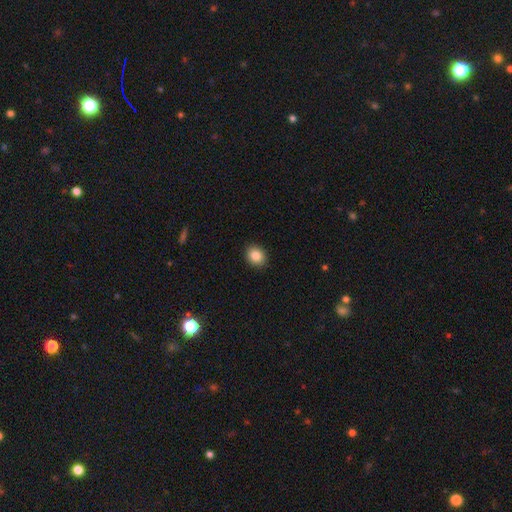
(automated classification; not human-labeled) A smooth galaxy with no disk features (86%) that is round (56%).

Vote fractions:
- Smooth or featured? smooth: 86% / star or artifact: 9% / featured or disk: 5%
- How rounded? round: 56% / in between: 43% / cigar-shaped: 1%
- Merging? none: 91% / minor disturbance: 7% / major disturbance: 2% / merger: 1%